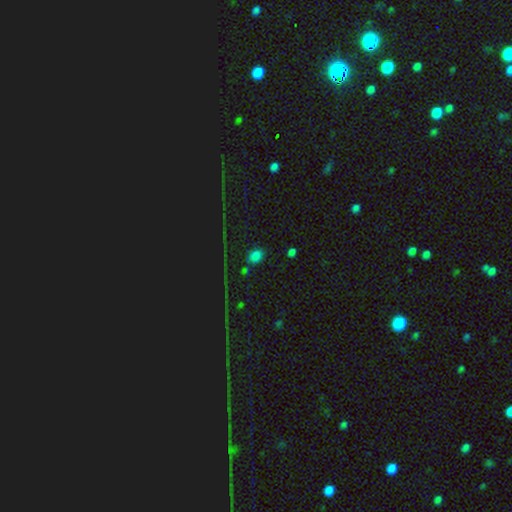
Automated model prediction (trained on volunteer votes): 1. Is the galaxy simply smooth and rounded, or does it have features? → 70% smooth, 25% star or artifact, 5% featured or disk.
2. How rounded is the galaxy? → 67% in between, 31% round, 2% cigar-shaped.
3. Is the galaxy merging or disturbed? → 81% none, 12% minor disturbance, 3% major disturbance, 3% merger.